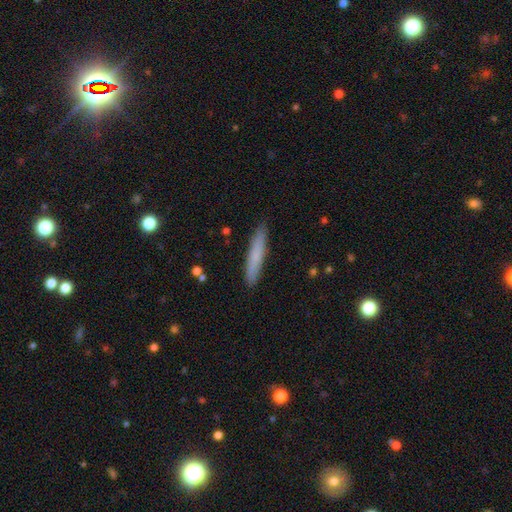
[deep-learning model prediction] Smooth or featured? Predicted: smooth (p=0.74). How rounded? Predicted: cigar-shaped (p=0.93). Merging? Predicted: none (p=0.89).